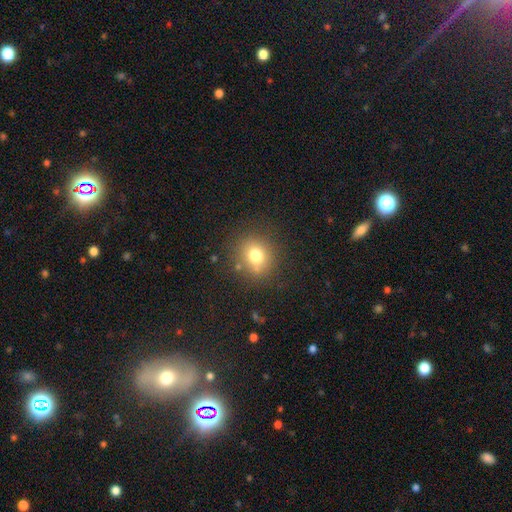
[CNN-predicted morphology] smooth-or-featured: smooth: 74% | star or artifact: 15% | featured or disk: 11%
  how-rounded: round: 84% | in between: 15% | cigar-shaped: 1%
  merging: none: 81% | minor disturbance: 11% | major disturbance: 5% | merger: 4%